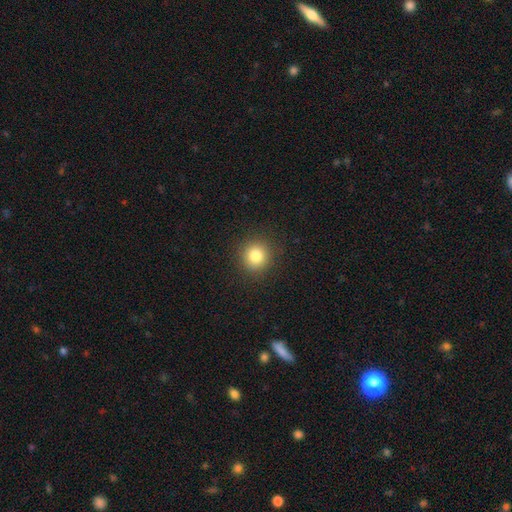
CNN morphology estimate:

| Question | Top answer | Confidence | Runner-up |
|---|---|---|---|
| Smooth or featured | smooth | 82% | star or artifact (12%) |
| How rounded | round | 92% | in between (7%) |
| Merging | none | 91% | minor disturbance (6%) |